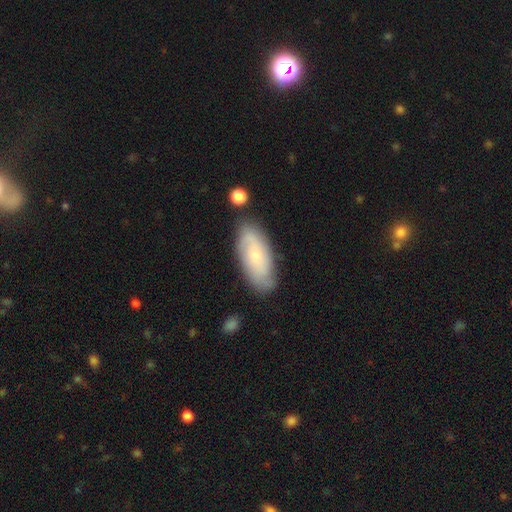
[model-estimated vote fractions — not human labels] Morphology: type=featured or disk (49%); merging=none (77%).